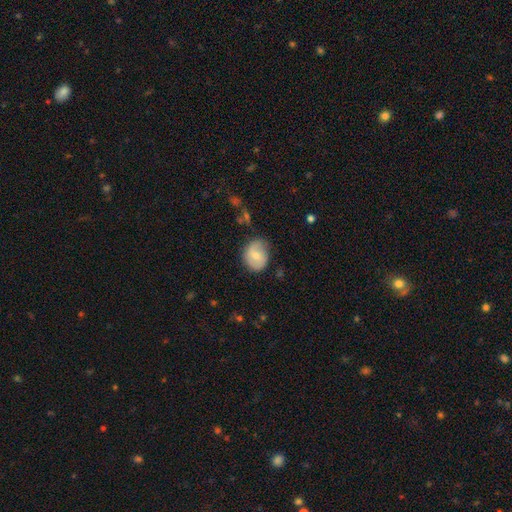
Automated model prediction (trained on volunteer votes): smooth-or-featured: smooth: 60% | featured or disk: 33% | star or artifact: 7%
  how-rounded: round: 59% | in between: 40% | cigar-shaped: 1%
  merging: none: 66% | minor disturbance: 26% | major disturbance: 7% | merger: 2%